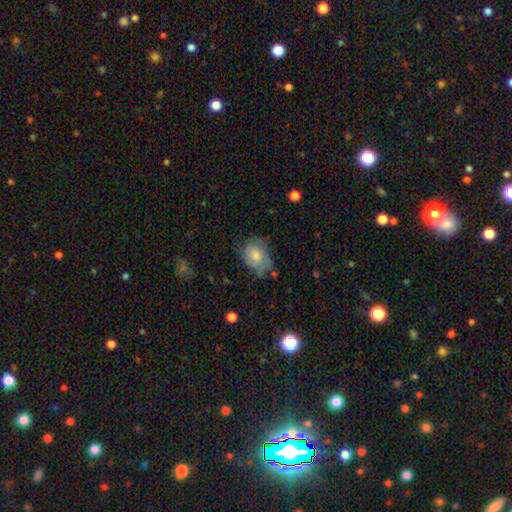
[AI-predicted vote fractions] Smooth or featured? Predicted: smooth (p=0.57). How rounded? Predicted: in between (p=0.66). Merging? Predicted: none (p=0.66).